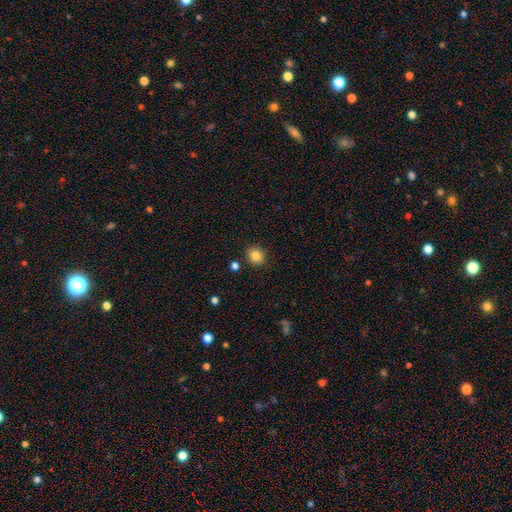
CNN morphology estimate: The model was most divided on "how rounded": round: 81%, in between: 18%, cigar-shaped: 1%. More confident: merging — none (88%); smooth or featured — smooth (84%).